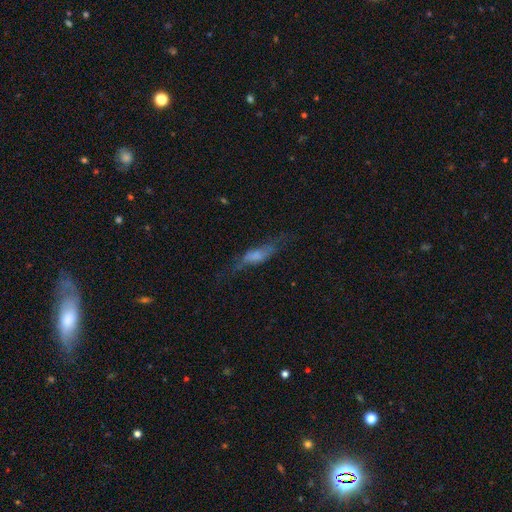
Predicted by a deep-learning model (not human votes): A smooth galaxy with no disk features (48%). Merging: none (44%).